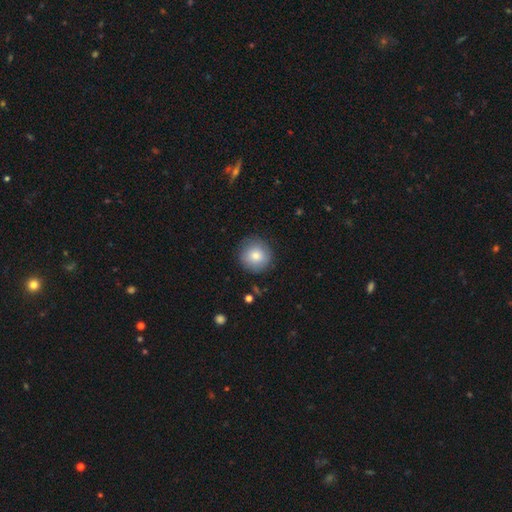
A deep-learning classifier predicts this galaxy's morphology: smooth_or_featured: smooth (p=0.82) [alt: featured or disk p=0.10]
how_rounded: round (p=0.95) [alt: in between p=0.04]
merging: none (p=0.87) [alt: minor disturbance p=0.09]